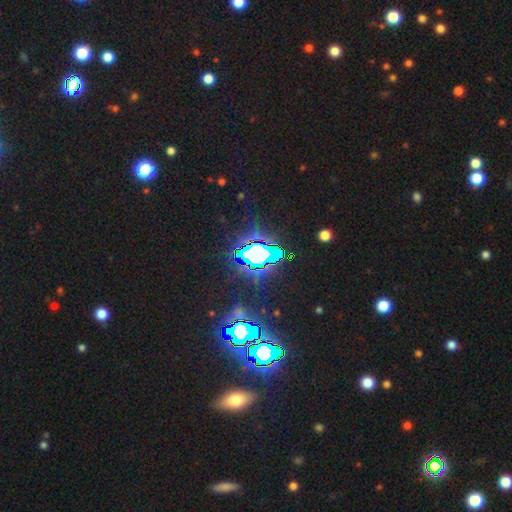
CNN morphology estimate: smooth_or_featured: star or artifact (p=0.68) [alt: smooth p=0.19]